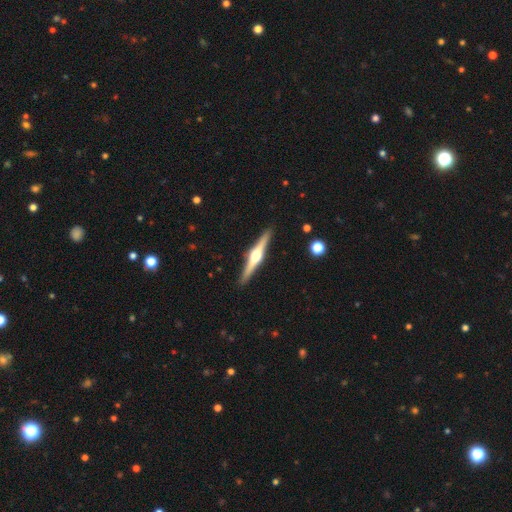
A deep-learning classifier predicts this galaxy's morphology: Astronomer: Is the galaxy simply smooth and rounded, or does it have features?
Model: featured or disk — 80%.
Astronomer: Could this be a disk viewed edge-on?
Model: yes — 98%.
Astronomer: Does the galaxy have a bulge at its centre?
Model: rounded — 94%.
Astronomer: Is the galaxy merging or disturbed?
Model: none — 92%.